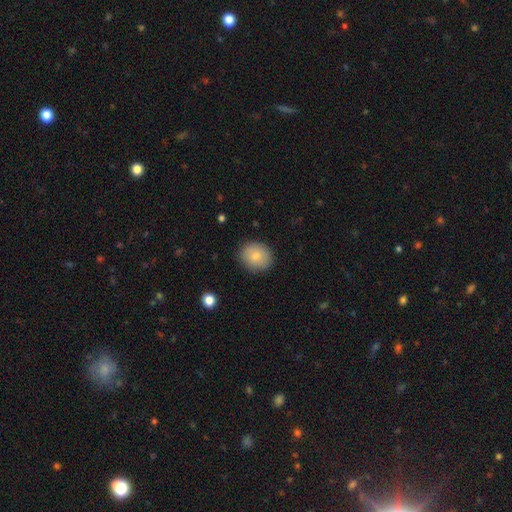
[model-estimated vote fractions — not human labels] The model was most divided on "how rounded": round: 71%, in between: 28%, cigar-shaped: 1%. More confident: merging — none (87%); smooth or featured — smooth (82%).